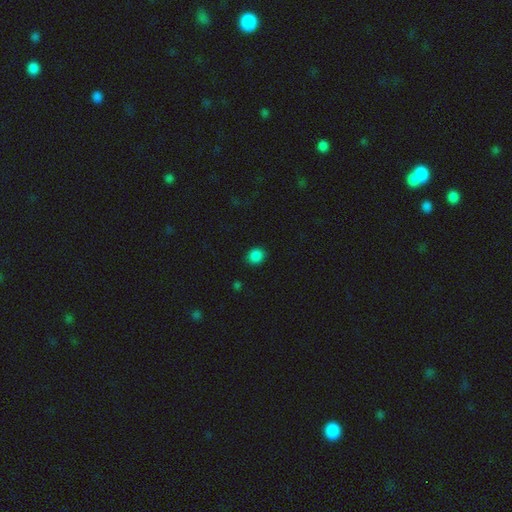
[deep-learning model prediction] smooth_or_featured: smooth (p=0.86) [alt: star or artifact p=0.12]
how_rounded: round (p=0.72) [alt: in between p=0.27]
merging: none (p=0.88) [alt: minor disturbance p=0.08]